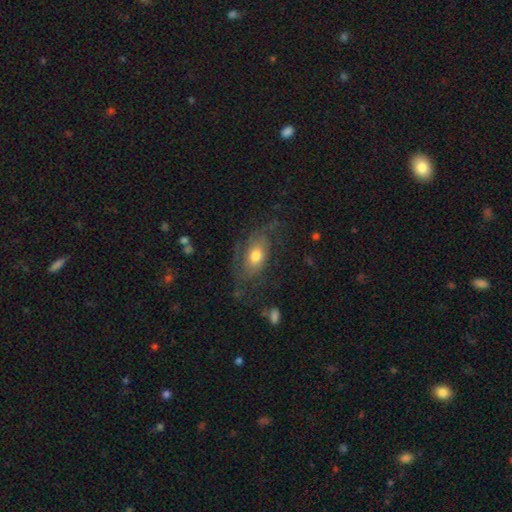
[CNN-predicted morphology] Smooth or featured? featured or disk (55%)
Edge-on disk? no (92%)
Bar? no (77%)
Spiral arms? yes (73%)
Bulge size? moderate (67%)
Merging? none (54%)